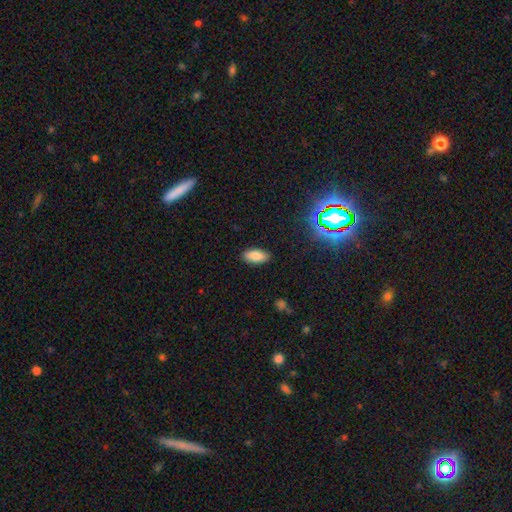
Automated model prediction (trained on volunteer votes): Smooth or featured: smooth — 82% (featured or disk — 9%)
How rounded: in between — 87% (cigar-shaped — 10%)
Merging: none — 88% (minor disturbance — 9%)